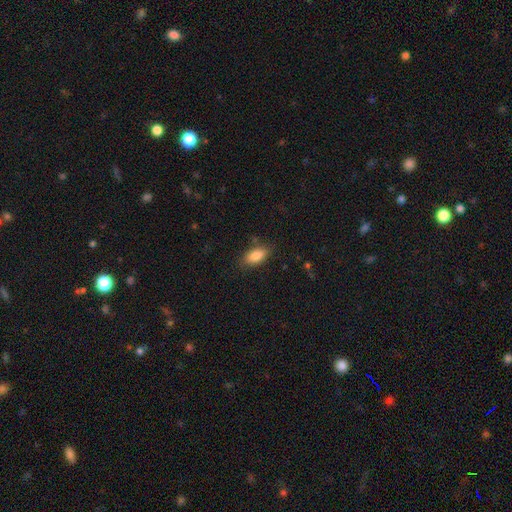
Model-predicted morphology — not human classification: Smooth or featured? Predicted: smooth (p=0.86). How rounded? Predicted: in between (p=0.89). Merging? Predicted: none (p=0.80).